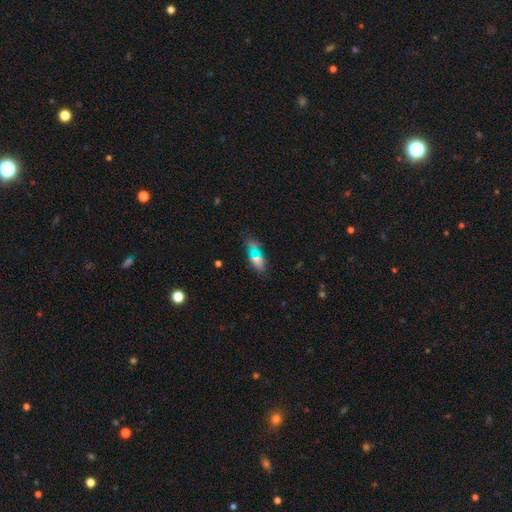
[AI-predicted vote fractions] This is likely a smooth galaxy (64%). How rounded: likely in between (72%). Merging: likely none (71%).